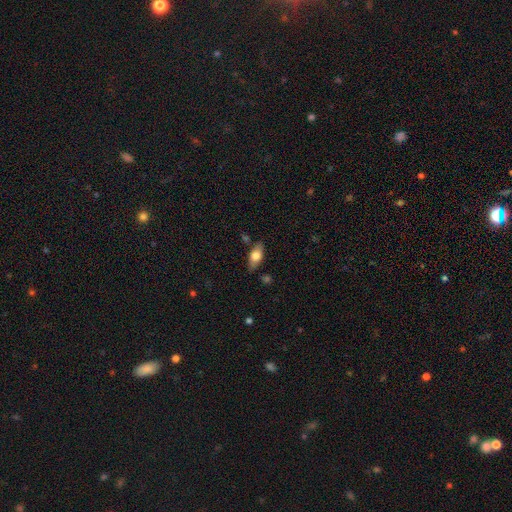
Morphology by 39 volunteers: Smooth or featured: smooth — 64% (featured or disk — 31%)
How rounded: in between — 88% (cigar-shaped — 12%)
Merging: none — 68% (minor disturbance — 19%)